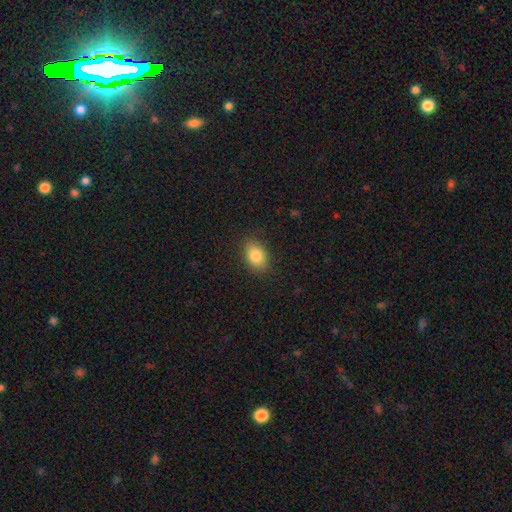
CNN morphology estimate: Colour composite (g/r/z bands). It shows a smooth galaxy with no disk features (84%) that is in between round and cigar-shaped (79%). Merging: none (86%).